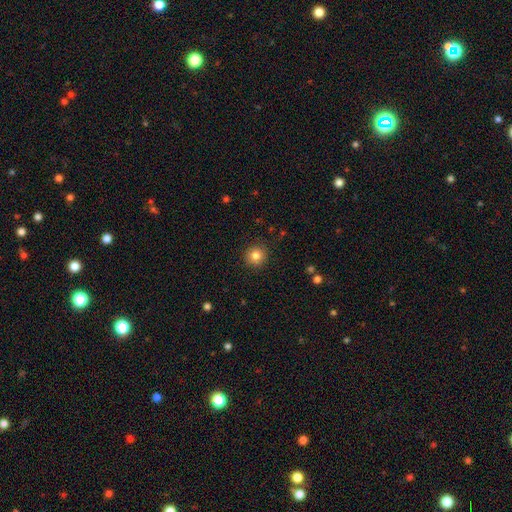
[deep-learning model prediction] smooth 83%, star or artifact 11%, featured or disk 6%. Down the decision tree: how rounded — round (93%); merging — none (91%).